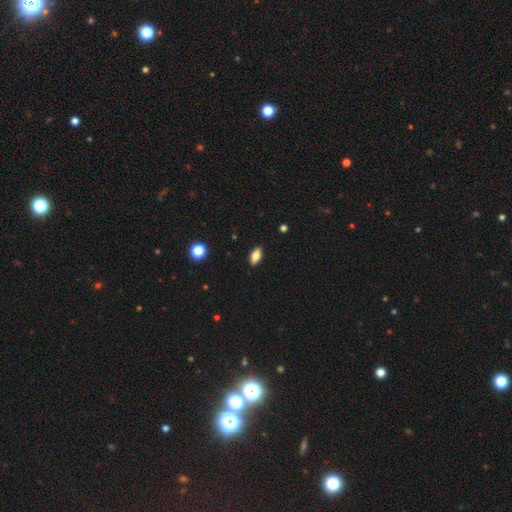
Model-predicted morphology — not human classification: A smooth galaxy with no disk features (78%) that is in between round and cigar-shaped (87%). Merging: none (89%).